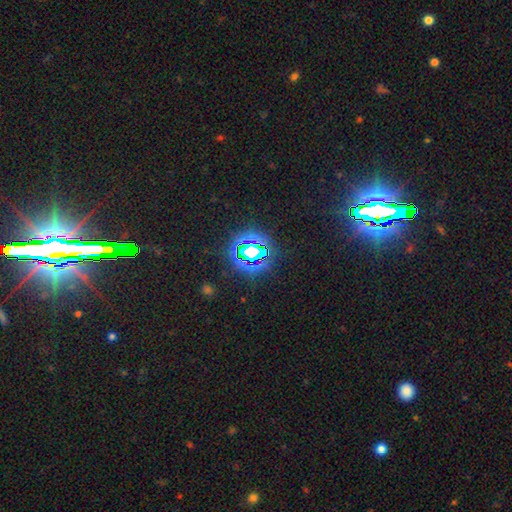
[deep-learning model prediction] Morphology: type=star or artifact (73%).